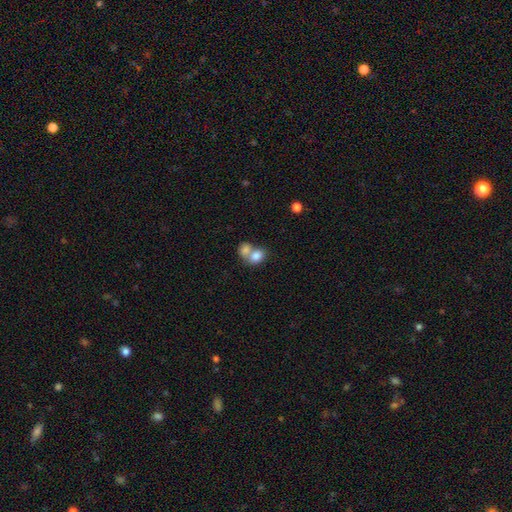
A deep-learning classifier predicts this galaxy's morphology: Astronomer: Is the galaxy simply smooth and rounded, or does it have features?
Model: smooth — 79%.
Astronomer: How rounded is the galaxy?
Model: in between — 52% (runner-up: round, 47%).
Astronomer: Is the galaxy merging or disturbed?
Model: merger — 68%.